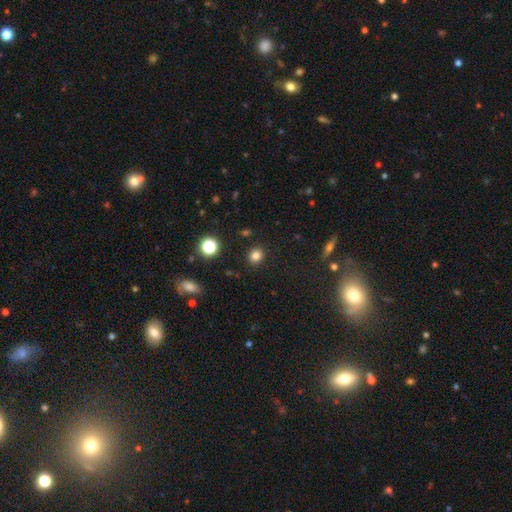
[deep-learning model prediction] This appears to be a smooth galaxy with no disk features (82%) that is round (75%). Merging: none (89%).